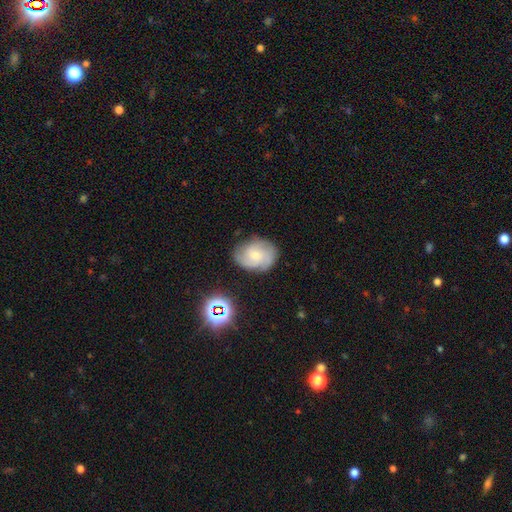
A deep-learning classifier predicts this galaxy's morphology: type=featured or disk (64%); edge-on=no (97%); bar=no (67%); spiral arms=yes (93%); winding=tight (44%); arm count=3 (36%); bulge=small (57%); merging=none (74%).